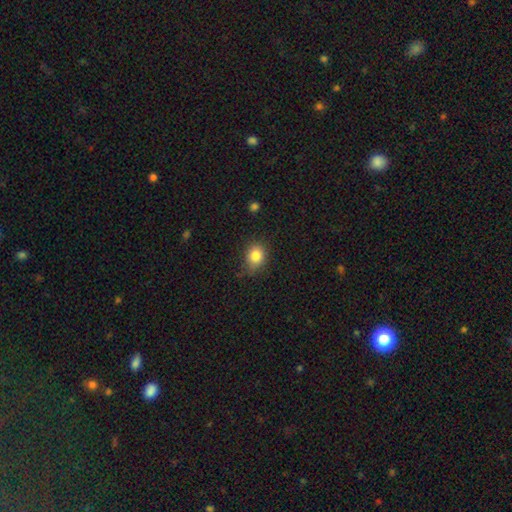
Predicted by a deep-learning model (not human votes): Smooth or featured: smooth — 83% (star or artifact — 10%)
How rounded: round — 59% (in between — 40%)
Merging: none — 71% (minor disturbance — 23%)